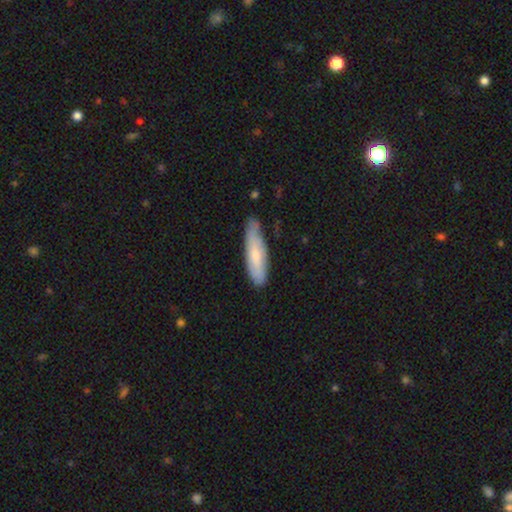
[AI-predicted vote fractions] Smooth or featured: smooth — 69% (featured or disk — 26%)
How rounded: cigar-shaped — 63% (in between — 35%)
Merging: none — 66% (minor disturbance — 27%)